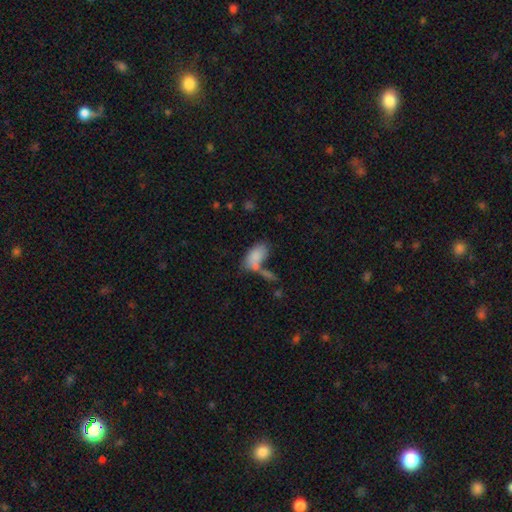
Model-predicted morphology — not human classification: This appears to be a smooth galaxy with no disk features (82%) that is in between round and cigar-shaped (92%). Merging: none (40%).